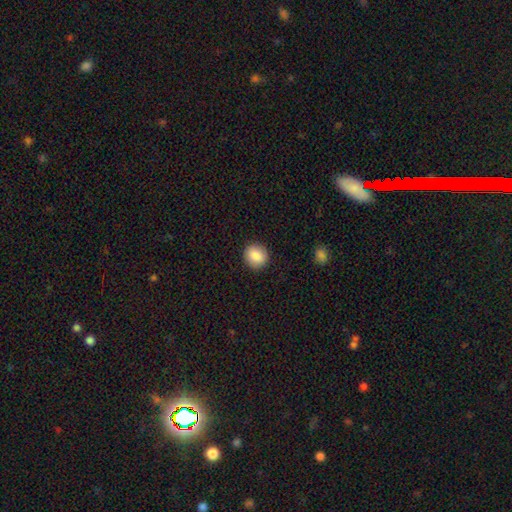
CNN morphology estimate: A smooth galaxy with no disk features (87%) that is round (85%).

Vote fractions:
- Smooth or featured? smooth: 87% / star or artifact: 8% / featured or disk: 5%
- How rounded? round: 85% / in between: 14% / cigar-shaped: 1%
- Merging? none: 91% / minor disturbance: 6% / major disturbance: 2% / merger: 1%